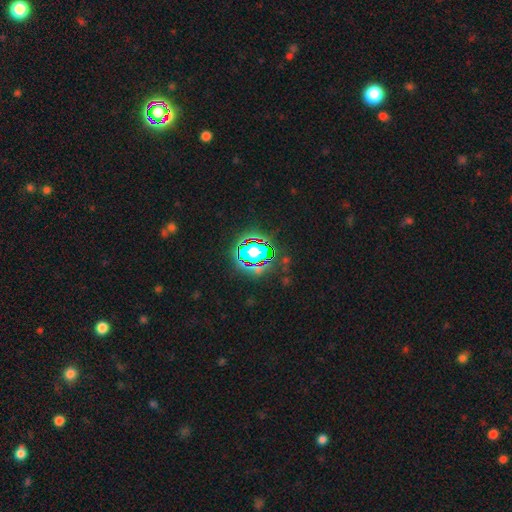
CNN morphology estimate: Smooth or featured? Predicted: star or artifact (p=0.76).